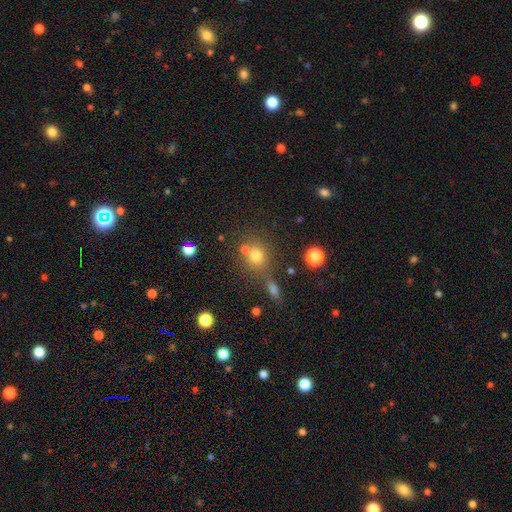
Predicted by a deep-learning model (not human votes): Morphology: type=smooth (73%); roundness=round (80%); merging=none (58%).